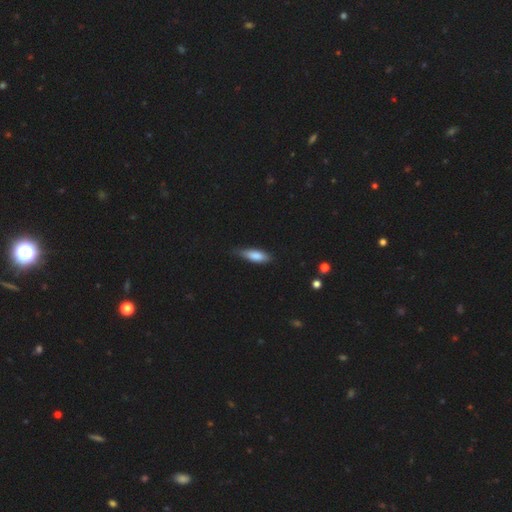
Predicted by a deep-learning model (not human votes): smooth 81%, featured or disk 13%, star or artifact 6%. Down the decision tree: how rounded — in between (57%); merging — none (64%).